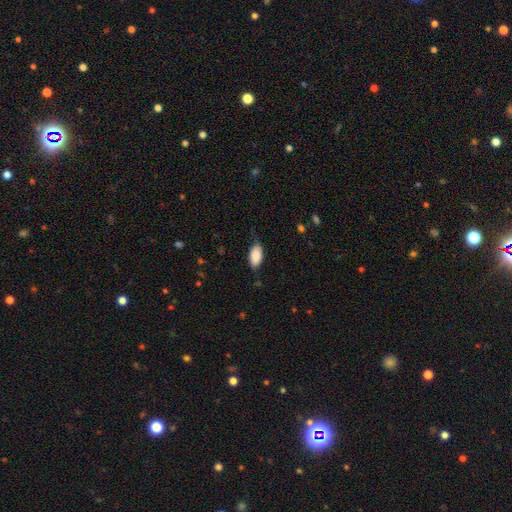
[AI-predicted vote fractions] Smooth or featured?
  - smooth: 86% *
  - featured or disk: 7%
  - star or artifact: 6%
How rounded?
  - in between: 94% *
  - cigar-shaped: 3%
  - round: 3%
Merging?
  - none: 69% *
  - minor disturbance: 24%
  - major disturbance: 5%
  - merger: 1%